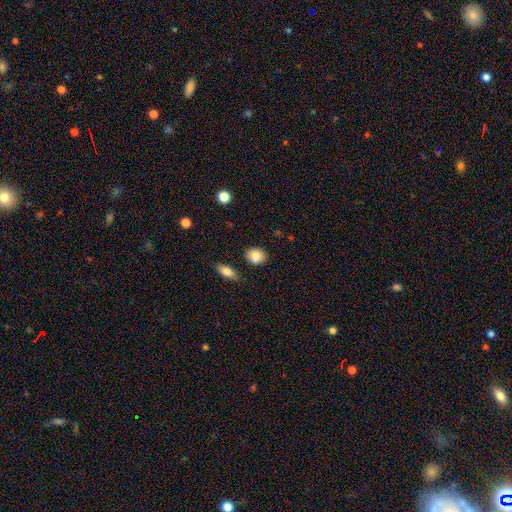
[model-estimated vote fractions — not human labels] Smooth or featured? Predicted: smooth (p=0.84). How rounded? Predicted: round (p=0.57). Merging? Predicted: none (p=0.81).